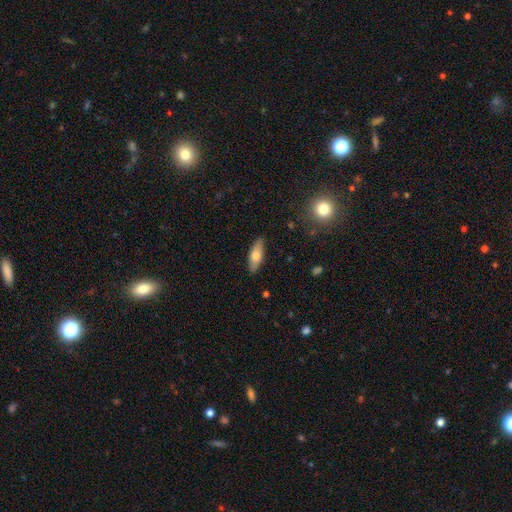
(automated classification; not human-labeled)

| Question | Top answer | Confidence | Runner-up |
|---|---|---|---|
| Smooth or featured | smooth | 69% | featured or disk (25%) |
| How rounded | in between | 63% | cigar-shaped (35%) |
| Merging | none | 87% | minor disturbance (10%) |